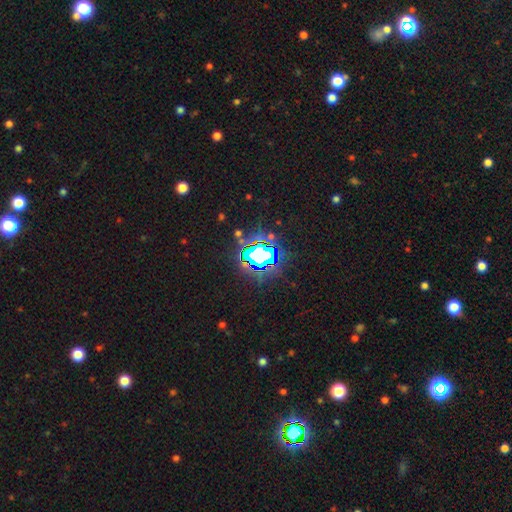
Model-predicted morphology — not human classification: Smooth or featured?
  - star or artifact: 75% *
  - smooth: 14%
  - featured or disk: 11%